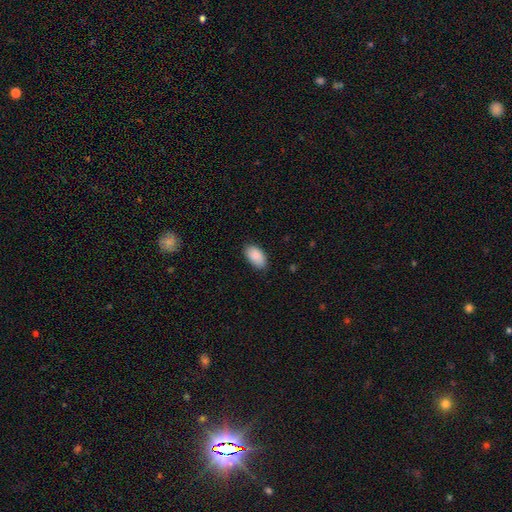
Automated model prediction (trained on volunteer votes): Smooth or featured: smooth — 90% (star or artifact — 6%)
How rounded: in between — 95% (round — 3%)
Merging: none — 83% (minor disturbance — 14%)